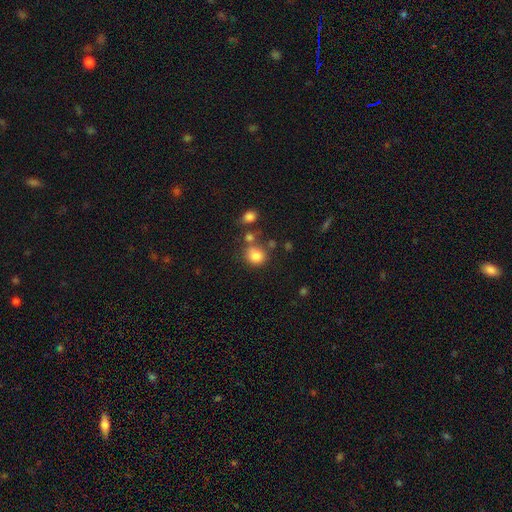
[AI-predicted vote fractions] Morphology: type=smooth (82%); roundness=round (73%); merging=none (62%).